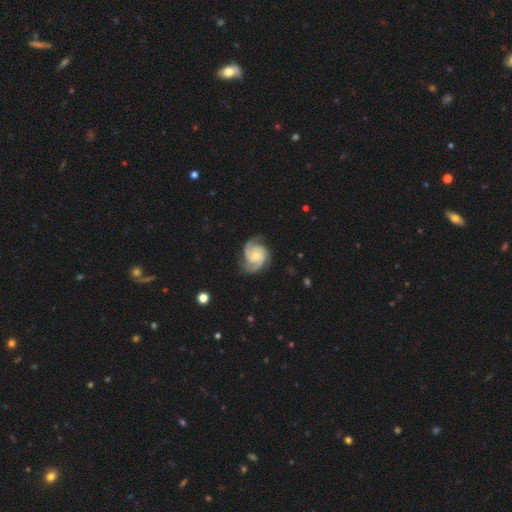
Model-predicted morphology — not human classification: type=featured or disk (90%); edge-on=no (98%); bar=no (69%); spiral arms=yes (98%); winding=tight (46%); arm count=2 (46%); bulge=small (48%); merging=none (74%).